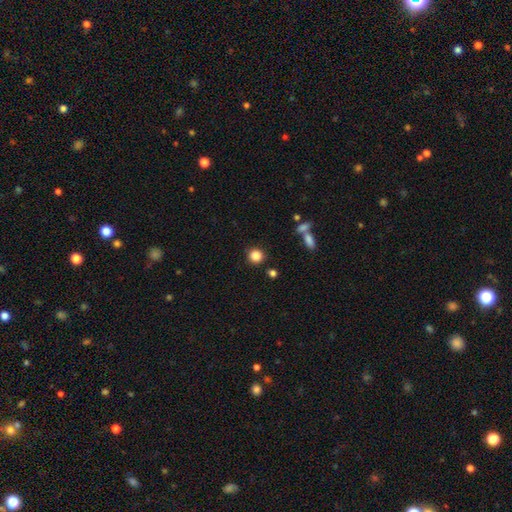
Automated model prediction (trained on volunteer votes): The model was most divided on "smooth or featured": smooth: 85%, star or artifact: 11%, featured or disk: 4%. More confident: how rounded — round (91%); merging — none (86%).